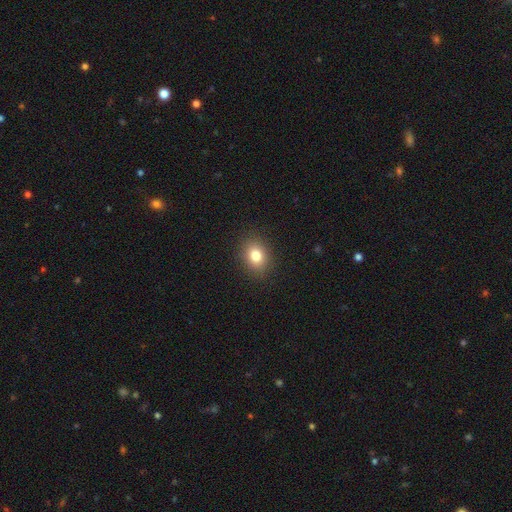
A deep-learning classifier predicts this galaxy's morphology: Q: Smooth or featured?
A: smooth (81%); runner-up: star or artifact (11%)
Q: How rounded?
A: in between (58%); runner-up: round (41%)
Q: Merging?
A: none (89%); runner-up: minor disturbance (8%)